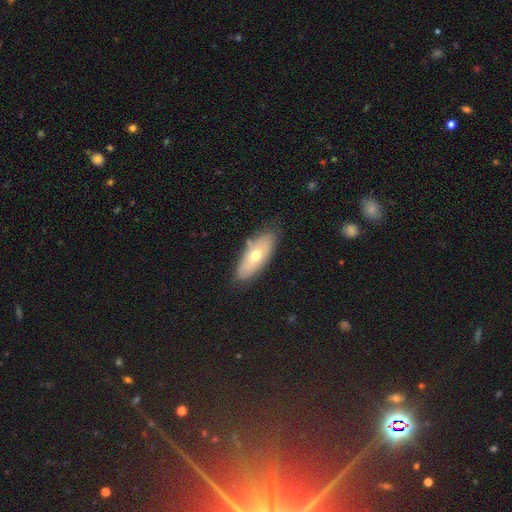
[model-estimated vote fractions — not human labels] This is possibly a smooth galaxy (54%). How rounded: likely in between (80%). Merging: likely none (78%).